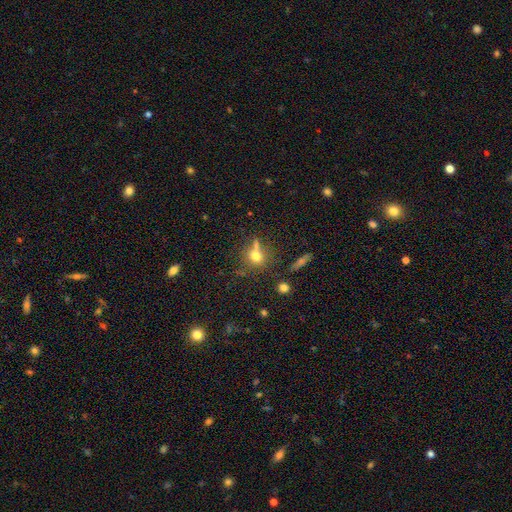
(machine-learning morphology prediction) The model was most divided on "merging": none: 58%, merger: 22%, minor disturbance: 14%, major disturbance: 7%. More confident: how rounded — round (72%); smooth or featured — smooth (70%).